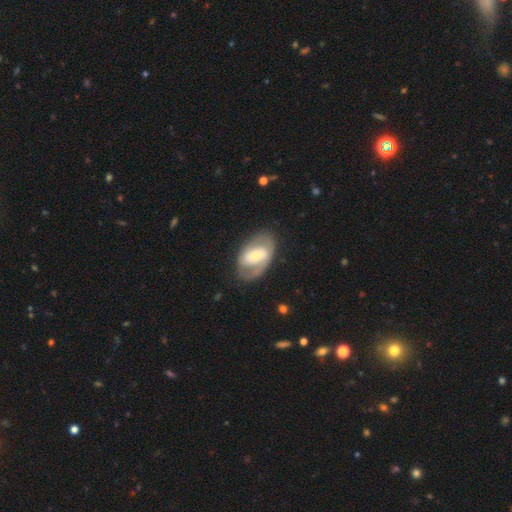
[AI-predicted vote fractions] smooth_or_featured: featured or disk (p=0.66) [alt: smooth p=0.29]
disk_edge_on: no (p=0.95) [alt: yes p=0.05]
bar: weak (p=0.38) [alt: no p=0.36]
has_spiral_arms: yes (p=0.69) [alt: no p=0.31]
bulge_size: small (p=0.46) [alt: moderate p=0.45]
merging: none (p=0.72) [alt: minor disturbance p=0.18]